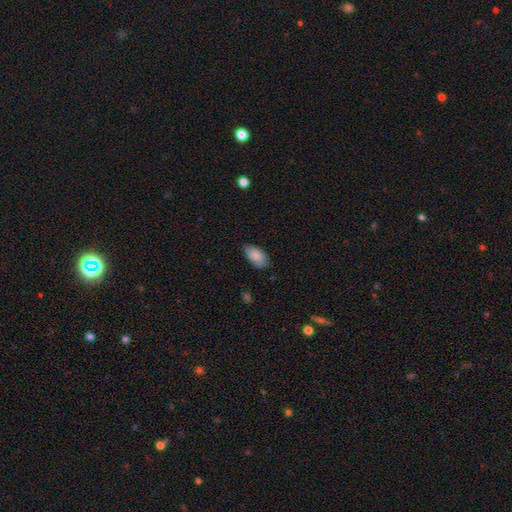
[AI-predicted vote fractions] Smooth or featured?
  - smooth: 85% *
  - featured or disk: 8%
  - star or artifact: 6%
How rounded?
  - in between: 94% *
  - round: 3%
  - cigar-shaped: 2%
Merging?
  - none: 75% *
  - minor disturbance: 21%
  - major disturbance: 3%
  - merger: 1%